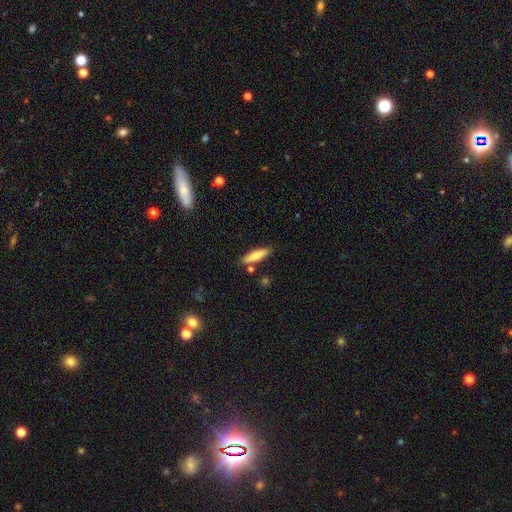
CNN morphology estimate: type=smooth (75%); roundness=cigar-shaped (68%); merging=none (80%).